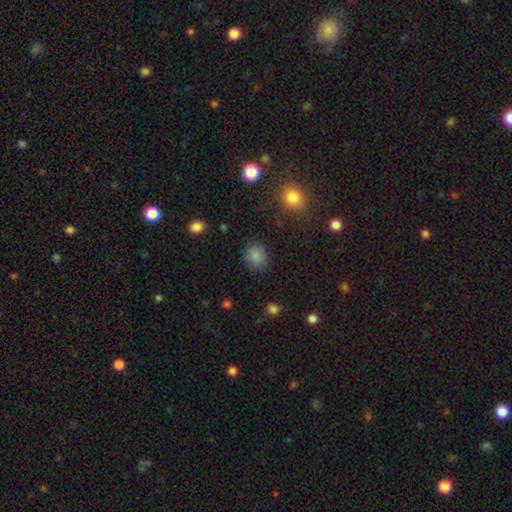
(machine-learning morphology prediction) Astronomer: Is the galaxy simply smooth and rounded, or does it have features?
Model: smooth — 84%.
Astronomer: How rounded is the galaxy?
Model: round — 63%.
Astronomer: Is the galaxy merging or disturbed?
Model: none — 83%.